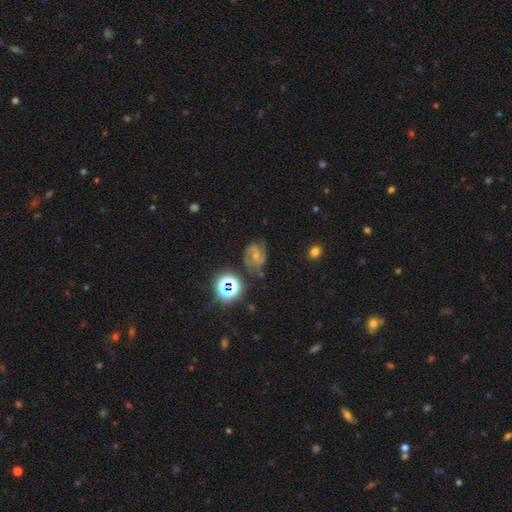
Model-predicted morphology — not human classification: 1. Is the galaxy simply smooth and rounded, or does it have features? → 76% featured or disk, 14% star or artifact, 10% smooth.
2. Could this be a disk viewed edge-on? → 98% no, 2% yes.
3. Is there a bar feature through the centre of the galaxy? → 46% no, 41% weak, 13% strong.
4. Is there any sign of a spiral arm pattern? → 96% yes, 4% no.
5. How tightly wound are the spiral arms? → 51% medium, 38% tight, 11% loose.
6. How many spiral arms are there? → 86% 2, 5% can't tell, 3% 3, 2% 1, 1% 4, 1% more than 4.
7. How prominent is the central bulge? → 47% small, 46% moderate, 4% none, 2% large, 1% dominant.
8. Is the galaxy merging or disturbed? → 71% none, 19% minor disturbance, 7% major disturbance, 3% merger.